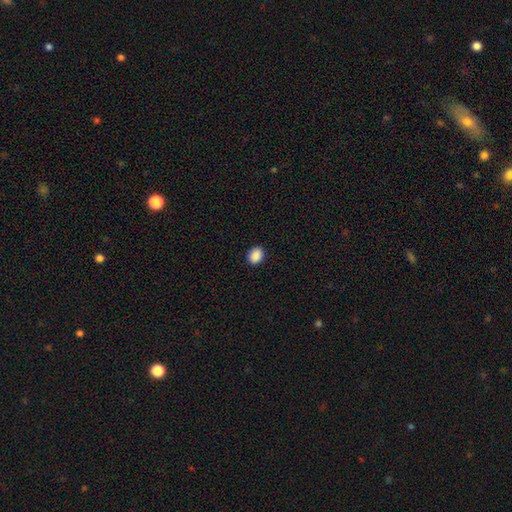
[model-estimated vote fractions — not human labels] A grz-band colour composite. It shows a smooth galaxy with no disk features (90%) that is in between round and cigar-shaped (54%). Merging: none (91%).